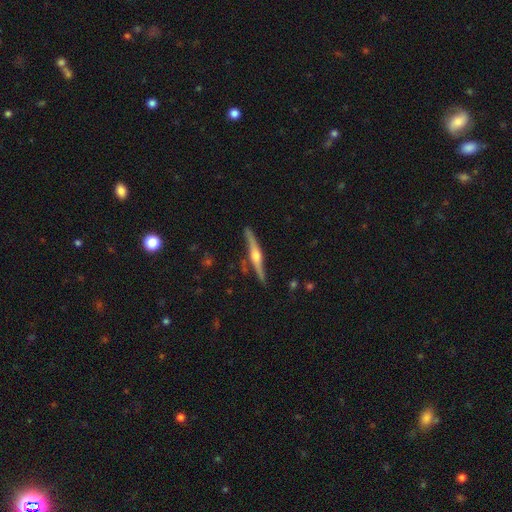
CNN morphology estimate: Q: Smooth or featured?
A: featured or disk (80%); runner-up: smooth (15%)
Q: Edge-on disk?
A: yes (97%); runner-up: no (3%)
Q: Edge-on bulge?
A: rounded (91%); runner-up: boxy (5%)
Q: Merging?
A: none (84%); runner-up: minor disturbance (12%)